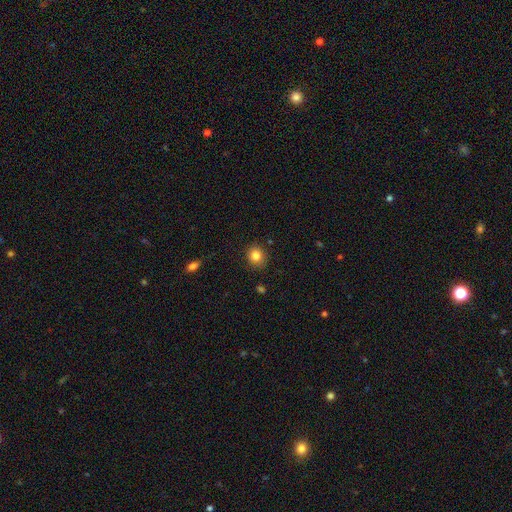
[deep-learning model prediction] Smooth or featured? smooth (83%)
How rounded? round (79%)
Merging? none (86%)